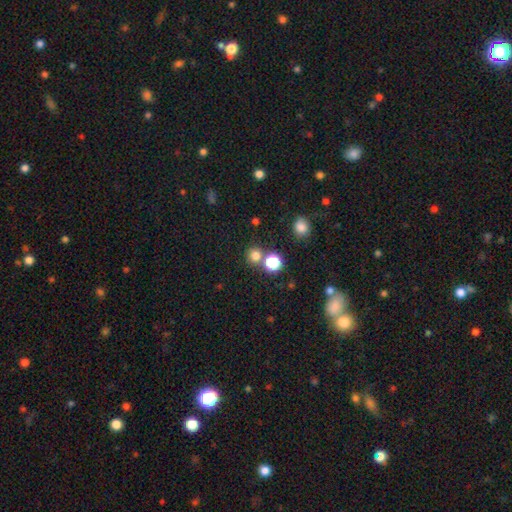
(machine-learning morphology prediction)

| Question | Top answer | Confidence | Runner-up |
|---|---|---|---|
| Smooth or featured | smooth | 74% | star or artifact (21%) |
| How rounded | round | 89% | in between (11%) |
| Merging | none | 70% | merger (19%) |